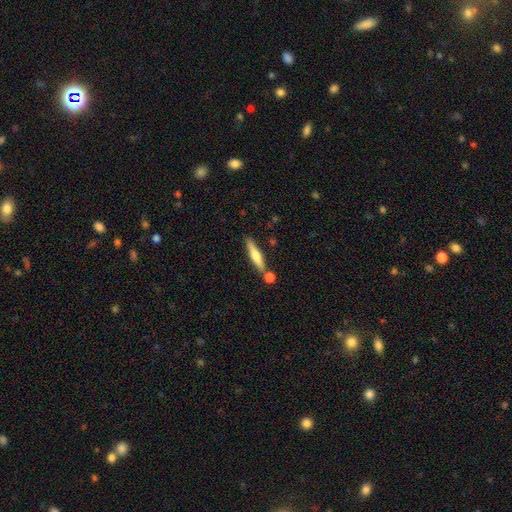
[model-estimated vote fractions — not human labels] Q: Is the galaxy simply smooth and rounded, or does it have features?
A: smooth — 53%.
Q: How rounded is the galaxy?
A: cigar-shaped — 87%.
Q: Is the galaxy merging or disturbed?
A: none — 74%.